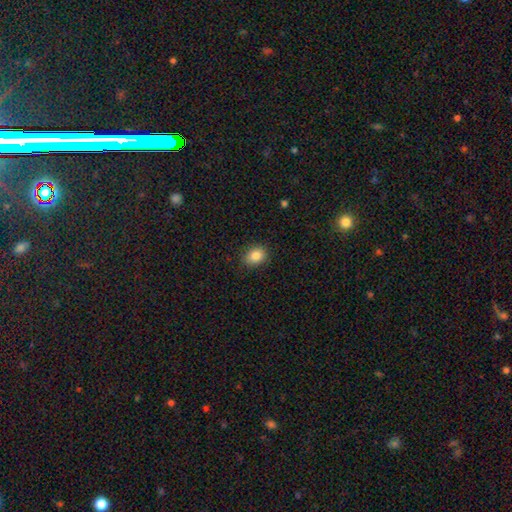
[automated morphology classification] Smooth or featured: smooth — 85% (star or artifact — 9%)
How rounded: in between — 56% (round — 43%)
Merging: none — 87% (minor disturbance — 10%)